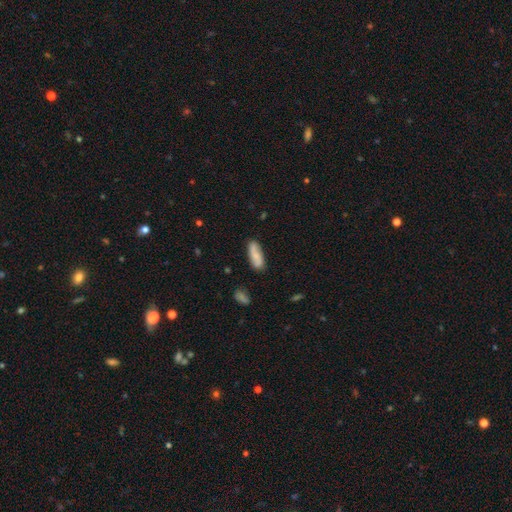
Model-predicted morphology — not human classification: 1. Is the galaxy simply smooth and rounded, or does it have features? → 65% smooth, 28% featured or disk, 7% star or artifact.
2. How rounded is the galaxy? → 66% in between, 31% cigar-shaped, 3% round.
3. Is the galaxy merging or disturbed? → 75% none, 18% minor disturbance, 4% merger, 4% major disturbance.